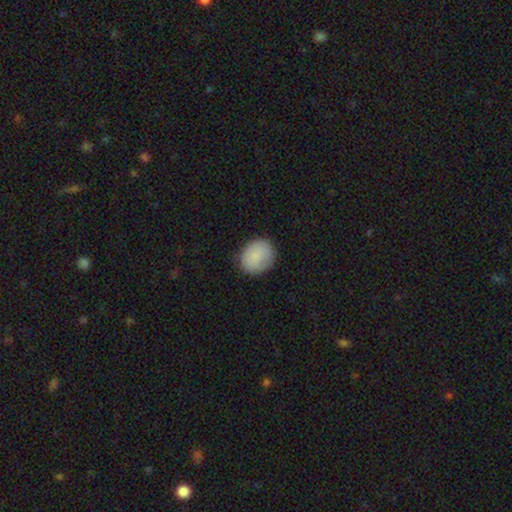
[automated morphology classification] Q: Smooth or featured?
A: smooth (87%); runner-up: star or artifact (7%)
Q: How rounded?
A: round (61%); runner-up: in between (38%)
Q: Merging?
A: none (82%); runner-up: minor disturbance (14%)